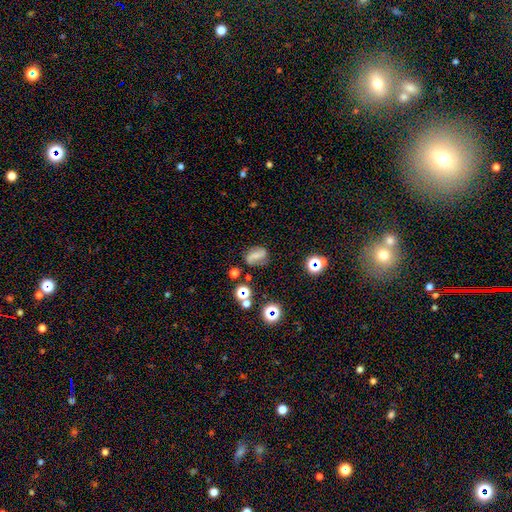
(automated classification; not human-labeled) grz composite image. It shows a featured or disk galaxy (58%) with a strong bar (46%), spiral arms (87%) and no central bulge (47%). Merging: none (72%).